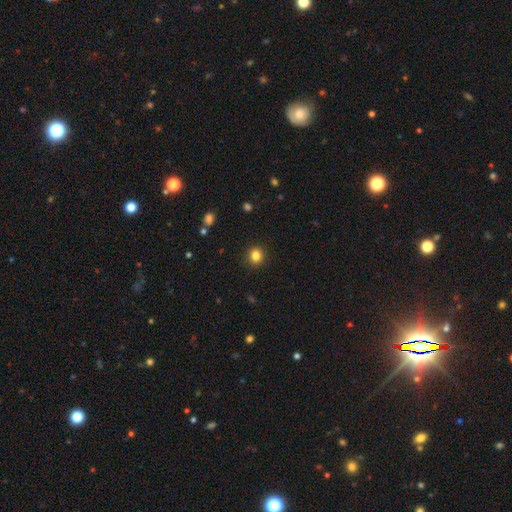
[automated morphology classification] smooth 83%, star or artifact 12%, featured or disk 5%. Down the decision tree: how rounded — round (87%); merging — none (91%).